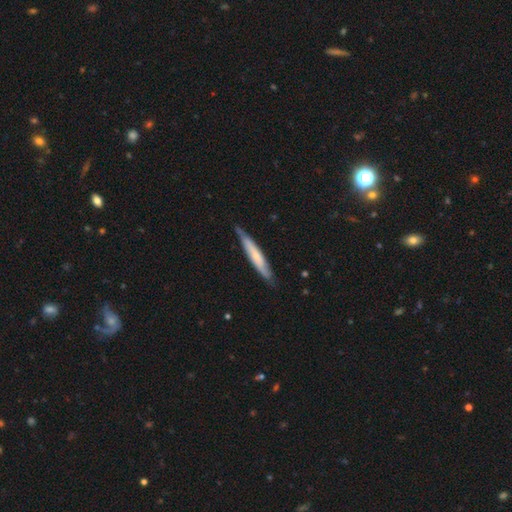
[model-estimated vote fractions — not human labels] Smooth or featured? smooth (53%)
How rounded? cigar-shaped (93%)
Merging? none (78%)